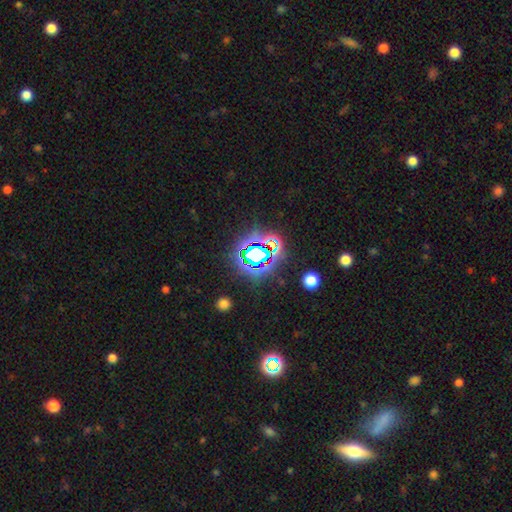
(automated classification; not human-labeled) smooth_or_featured: star or artifact (p=0.74) [alt: smooth p=0.15]